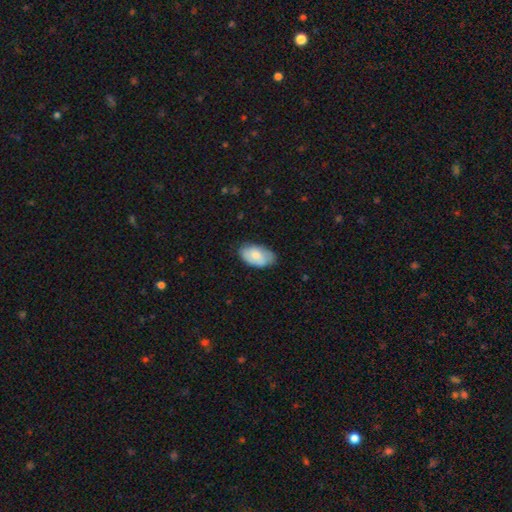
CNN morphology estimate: Smooth or featured?
  - smooth: 69% *
  - featured or disk: 25%
  - star or artifact: 6%
How rounded?
  - in between: 93% *
  - round: 5%
  - cigar-shaped: 2%
Merging?
  - none: 70% *
  - minor disturbance: 25%
  - major disturbance: 4%
  - merger: 1%